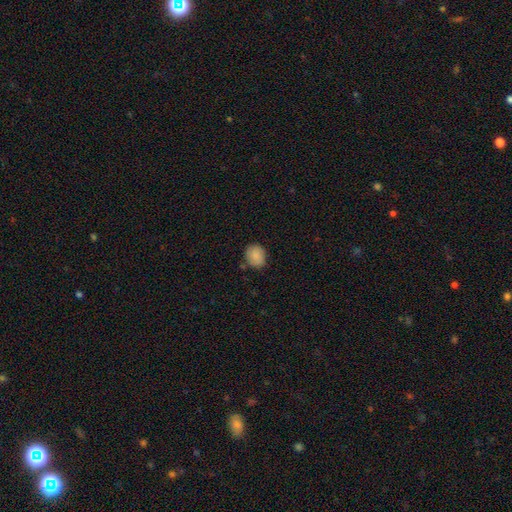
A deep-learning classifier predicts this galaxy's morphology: A smooth galaxy with no disk features (88%) that is round (63%). Merging: none (79%).